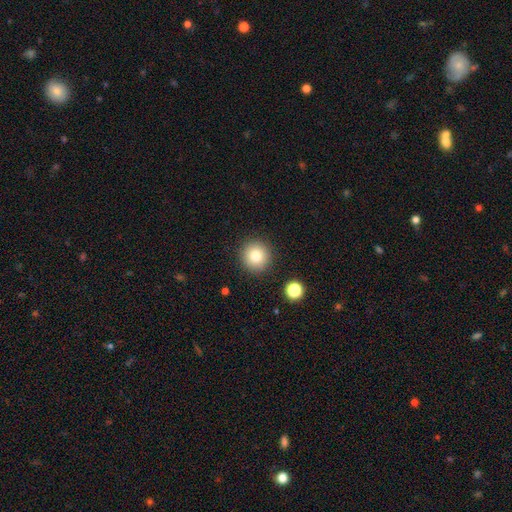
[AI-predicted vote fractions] Morphology: type=smooth (81%); roundness=round (94%); merging=none (89%).